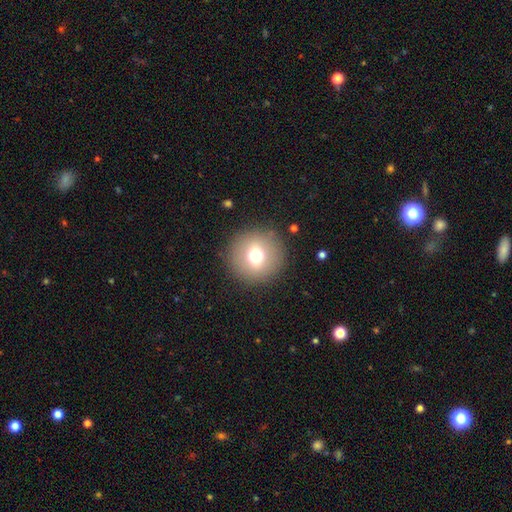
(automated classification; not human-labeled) smooth 70%, featured or disk 16%, star or artifact 13%. Down the decision tree: how rounded — round (96%); merging — none (89%).